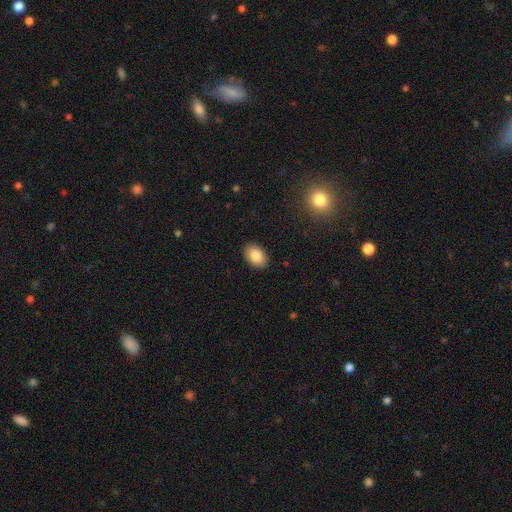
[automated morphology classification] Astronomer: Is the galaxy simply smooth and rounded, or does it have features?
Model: smooth — 86%.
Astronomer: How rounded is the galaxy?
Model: in between — 87%.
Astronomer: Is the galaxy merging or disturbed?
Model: none — 90%.